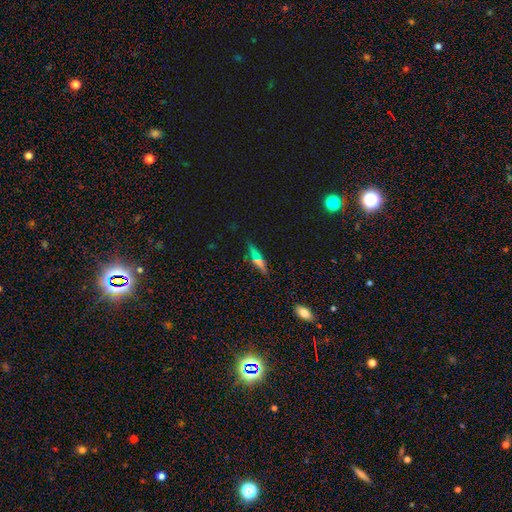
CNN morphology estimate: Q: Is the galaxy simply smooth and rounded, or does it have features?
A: smooth — 47%.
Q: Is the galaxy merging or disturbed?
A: none — 85%.